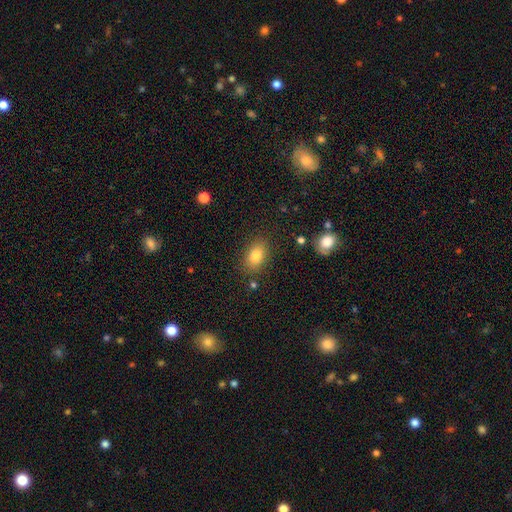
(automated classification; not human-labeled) Morphology: type=smooth (81%); roundness=in between (83%); merging=none (84%).